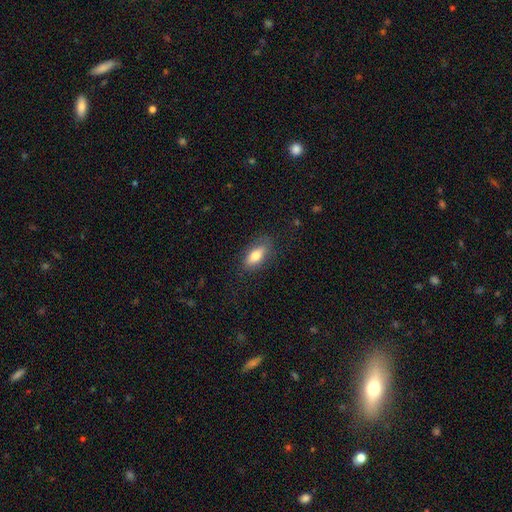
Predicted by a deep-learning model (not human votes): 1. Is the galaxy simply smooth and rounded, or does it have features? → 72% smooth, 21% featured or disk, 7% star or artifact.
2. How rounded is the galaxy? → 77% in between, 20% cigar-shaped, 4% round.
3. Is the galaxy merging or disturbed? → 81% none, 14% minor disturbance, 4% major disturbance, 1% merger.